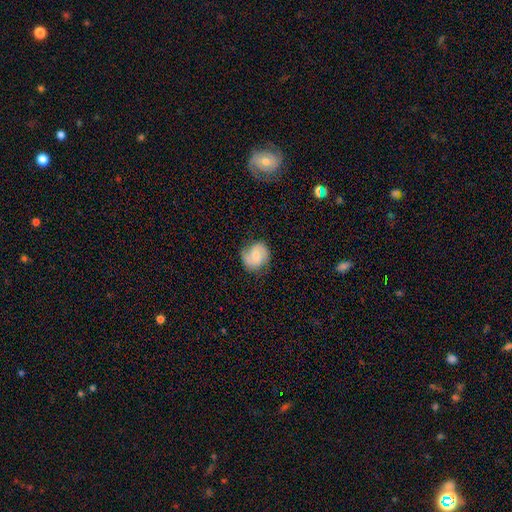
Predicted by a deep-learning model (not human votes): The model was most divided on "smooth or featured": smooth: 47%, featured or disk: 46%, star or artifact: 7%. More confident: merging — none (72%).